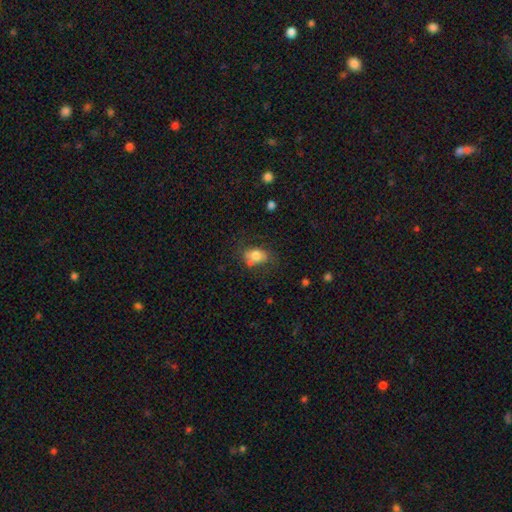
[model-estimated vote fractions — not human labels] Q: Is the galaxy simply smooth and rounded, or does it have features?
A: smooth — 73%.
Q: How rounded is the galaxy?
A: in between — 74%.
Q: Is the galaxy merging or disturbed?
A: none — 54%.